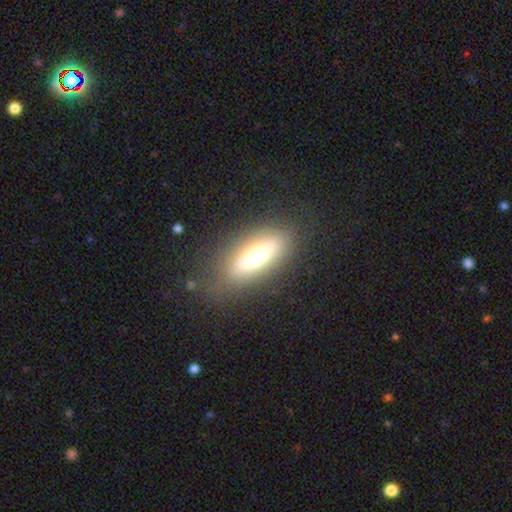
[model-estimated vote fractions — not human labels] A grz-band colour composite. It shows a smooth galaxy with no disk features (64%) that is in between round and cigar-shaped (64%). Merging: none (80%).